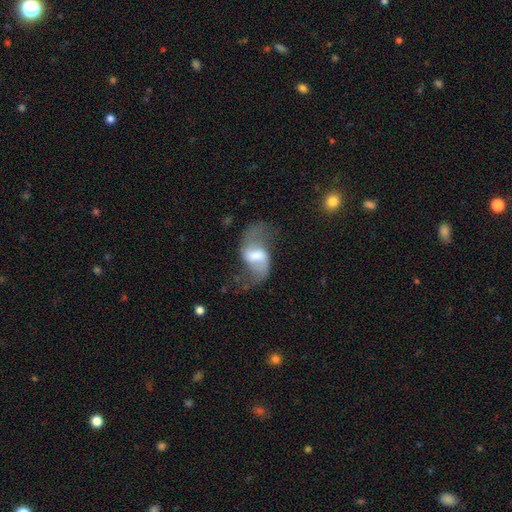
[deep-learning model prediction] featured or disk 81%, smooth 12%, star or artifact 6%. Down the decision tree: edge-on disk — no (97%); bar — weak (50%); spiral arms — yes (92%); spiral arm count — 2 (92%); spiral winding — loose (78%); bulge size — moderate (41%); merging — none (62%).